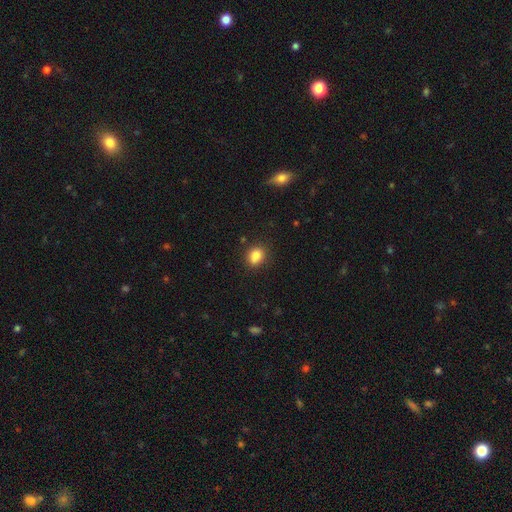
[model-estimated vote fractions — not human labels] A smooth galaxy with no disk features (85%) that is in between round and cigar-shaped (53%). Merging: none (78%).